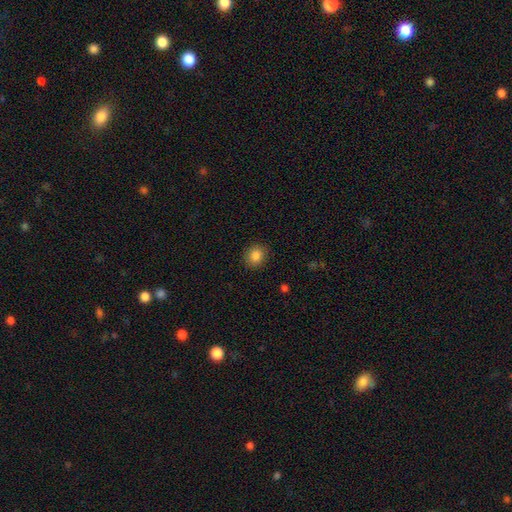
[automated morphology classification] This is clearly a smooth galaxy (85%). How rounded: likely round (74%). Merging: clearly none (90%).